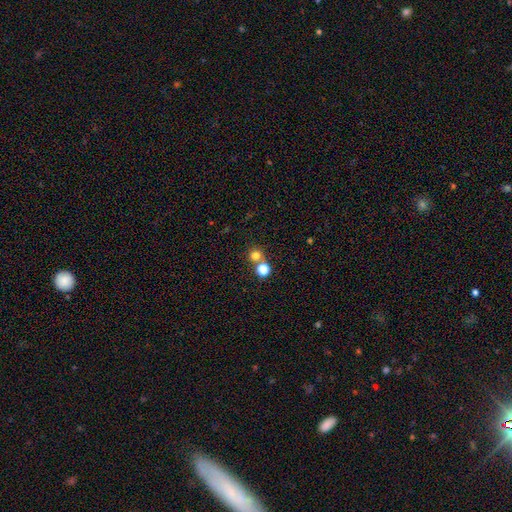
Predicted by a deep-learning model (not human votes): smooth 75%, star or artifact 18%, featured or disk 7%. Down the decision tree: how rounded — round (91%); merging — none (63%).